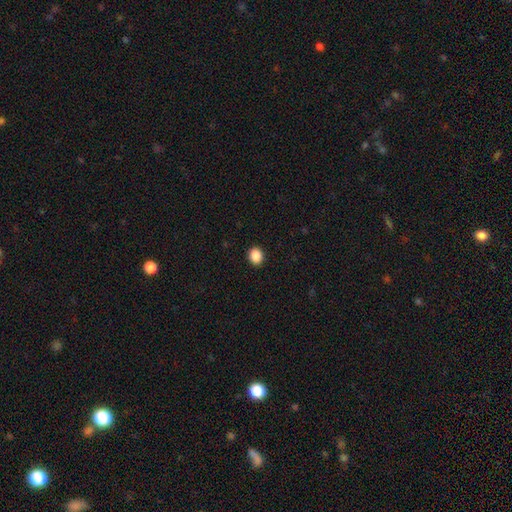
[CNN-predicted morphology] Smooth or featured? smooth (89%)
How rounded? round (65%)
Merging? none (92%)